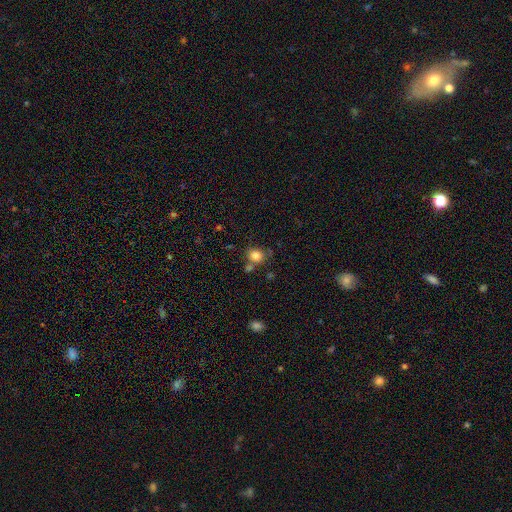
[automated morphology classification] Smooth or featured? smooth (82%)
How rounded? round (71%)
Merging? none (65%)